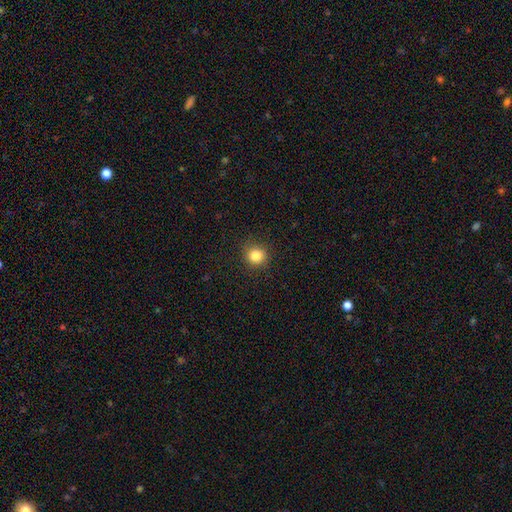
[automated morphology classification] A smooth galaxy with no disk features (84%) that is round (90%).

Vote fractions:
- Smooth or featured? smooth: 84% / star or artifact: 11% / featured or disk: 4%
- How rounded? round: 90% / in between: 9% / cigar-shaped: 1%
- Merging? none: 90% / minor disturbance: 7% / major disturbance: 2% / merger: 1%